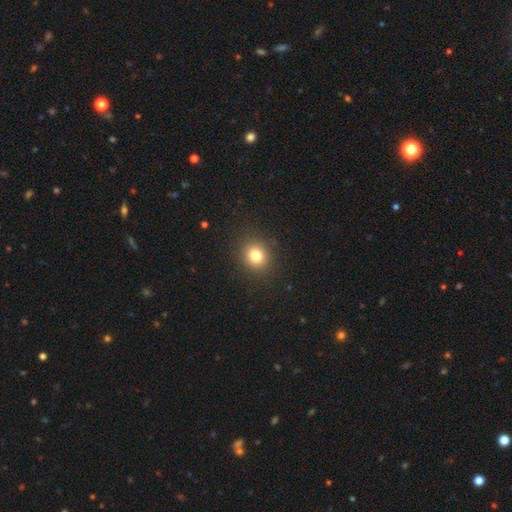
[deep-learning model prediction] Smooth or featured? smooth (79%)
How rounded? round (83%)
Merging? none (90%)